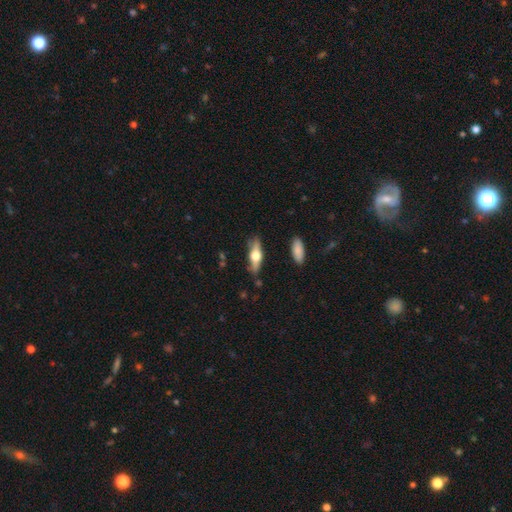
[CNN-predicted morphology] This is possibly a featured or disk galaxy (51%). It is clearly viewed edge-on (90%). Merging: clearly none (81%).